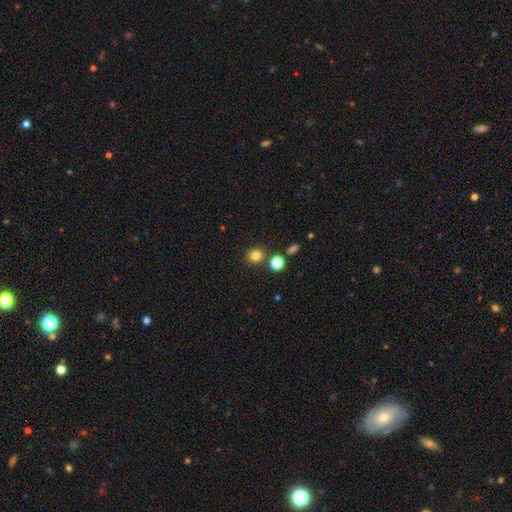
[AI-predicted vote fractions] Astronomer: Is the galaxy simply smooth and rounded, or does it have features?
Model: smooth — 80%.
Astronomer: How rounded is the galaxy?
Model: round — 85%.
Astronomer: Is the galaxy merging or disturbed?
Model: none — 80%.